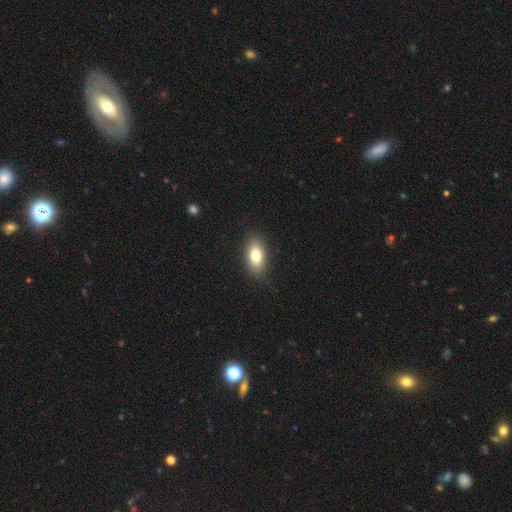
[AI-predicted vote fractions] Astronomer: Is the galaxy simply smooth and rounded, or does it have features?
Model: smooth — 78%.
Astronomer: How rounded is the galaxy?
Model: in between — 89%.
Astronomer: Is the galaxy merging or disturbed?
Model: none — 86%.